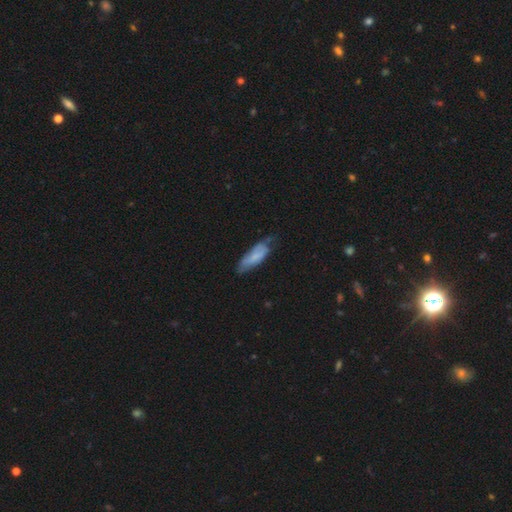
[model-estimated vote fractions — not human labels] Morphology: type=smooth (66%); roundness=in between (64%); merging=none (47%).